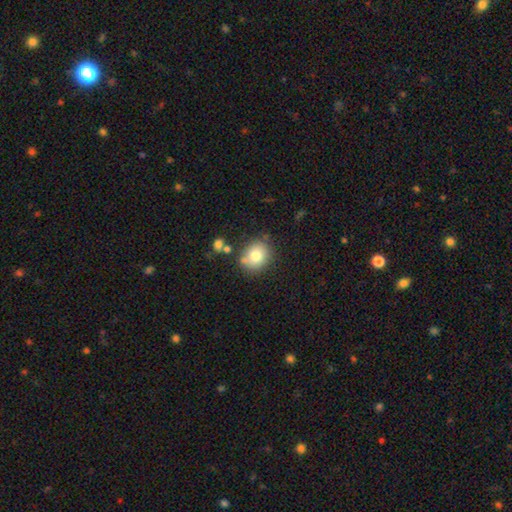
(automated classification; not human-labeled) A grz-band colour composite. It shows a smooth galaxy with no disk features (78%) that is round (76%). Merging: none (75%).